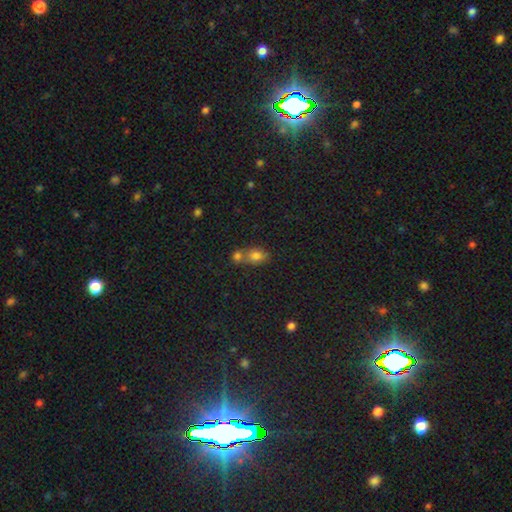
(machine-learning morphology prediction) Overall: smooth (77%). How rounded: in between (65%; round 33%). Merging: merger (49%; none 39%).